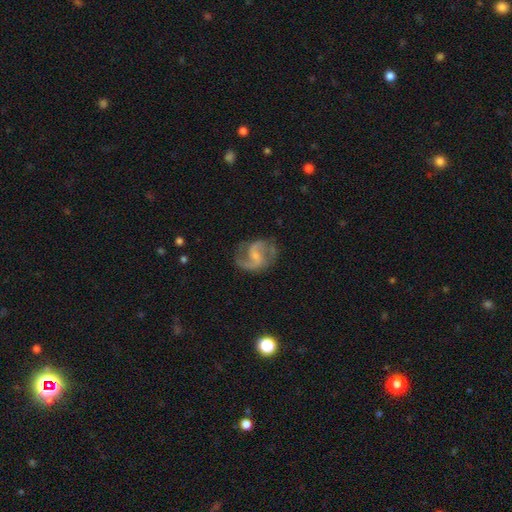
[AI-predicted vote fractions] Q: Smooth or featured?
A: featured or disk (86%); runner-up: smooth (9%)
Q: Edge-on disk?
A: no (98%); runner-up: yes (2%)
Q: Bar?
A: weak (54%); runner-up: no (30%)
Q: Spiral arms?
A: yes (95%); runner-up: no (5%)
Q: Spiral winding?
A: medium (53%); runner-up: loose (35%)
Q: Spiral arm count?
A: 2 (88%); runner-up: 1 (4%)
Q: Bulge size?
A: small (54%); runner-up: moderate (25%)
Q: Merging?
A: none (69%); runner-up: minor disturbance (19%)